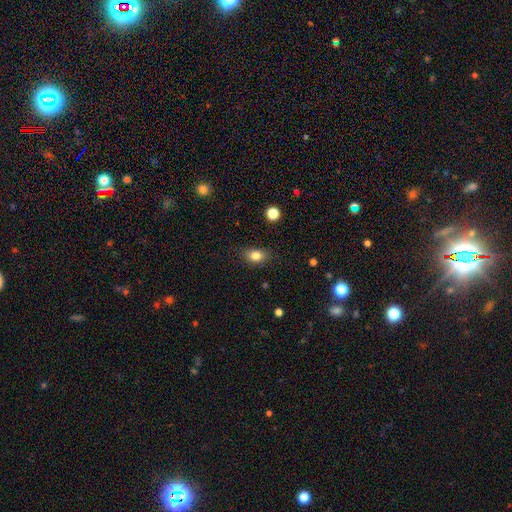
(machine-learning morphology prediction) Smooth or featured: smooth — 82% (star or artifact — 11%)
How rounded: in between — 75% (round — 23%)
Merging: none — 81% (minor disturbance — 14%)